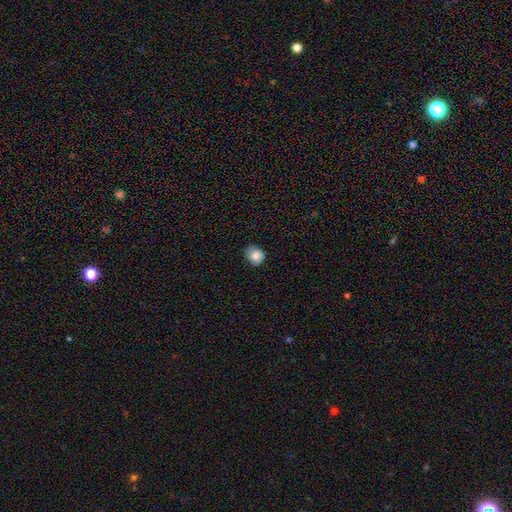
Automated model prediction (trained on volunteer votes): Smooth or featured?
  - smooth: 85% *
  - star or artifact: 9%
  - featured or disk: 7%
How rounded?
  - round: 73% *
  - in between: 26%
  - cigar-shaped: 1%
Merging?
  - none: 66% *
  - minor disturbance: 27%
  - major disturbance: 5%
  - merger: 1%